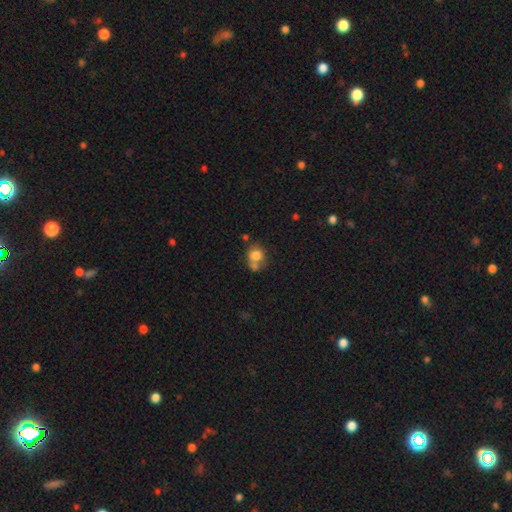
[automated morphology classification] Smooth or featured? smooth (78%)
How rounded? round (72%)
Merging? none (42%)